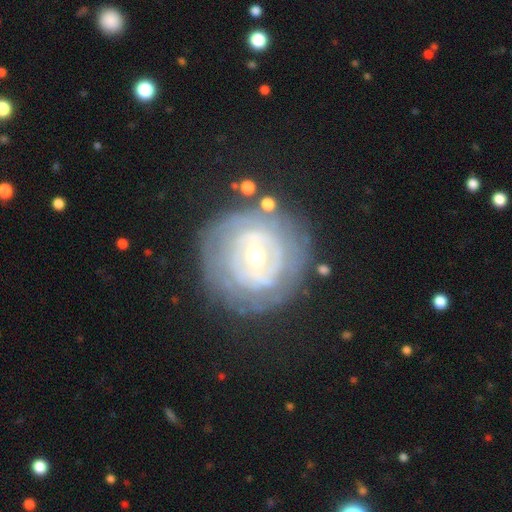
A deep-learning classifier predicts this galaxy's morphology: The model was most divided on "bulge size": moderate: 48%, small: 47%, large: 3%, none: 1%, dominant: 1%. Remaining: edge-on disk — no (96%); smooth or featured — featured or disk (77%); spiral winding — tight (77%); merging — none (75%); spiral arms — yes (71%); spiral arm count — can't tell (53%); bar — weak (46%).